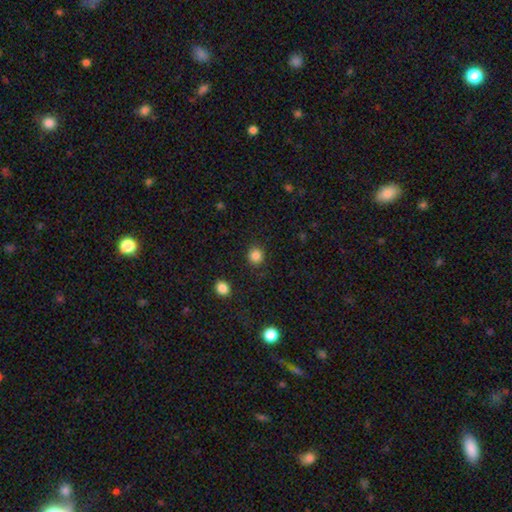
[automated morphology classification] Smooth or featured: smooth — 84% (star or artifact — 11%)
How rounded: round — 88% (in between — 11%)
Merging: none — 89% (minor disturbance — 7%)